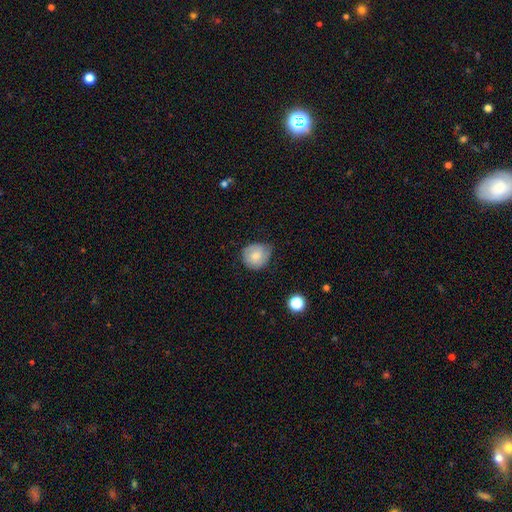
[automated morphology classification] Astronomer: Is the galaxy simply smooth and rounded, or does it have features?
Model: smooth — 75%.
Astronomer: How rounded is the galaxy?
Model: round — 83%.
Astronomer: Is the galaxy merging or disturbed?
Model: none — 57% (runner-up: minor disturbance, 35%).